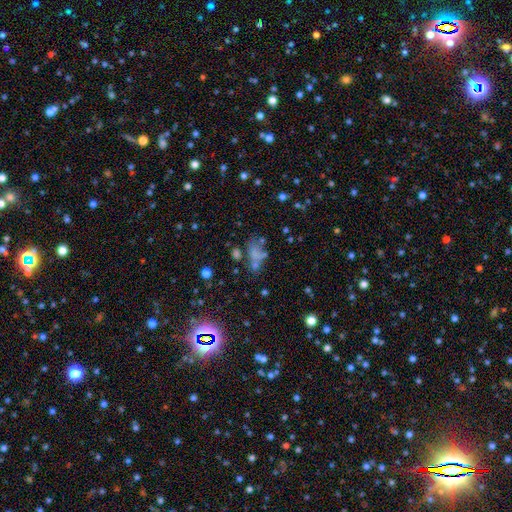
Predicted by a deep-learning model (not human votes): This is possibly a smooth galaxy (57%). How rounded: likely in between (79%). Merging: marginally none (38%).